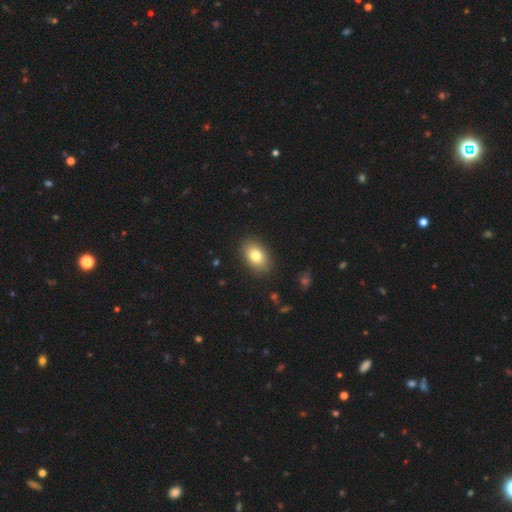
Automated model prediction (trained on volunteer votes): Smooth or featured? Predicted: smooth (p=0.80). How rounded? Predicted: in between (p=0.85). Merging? Predicted: none (p=0.88).